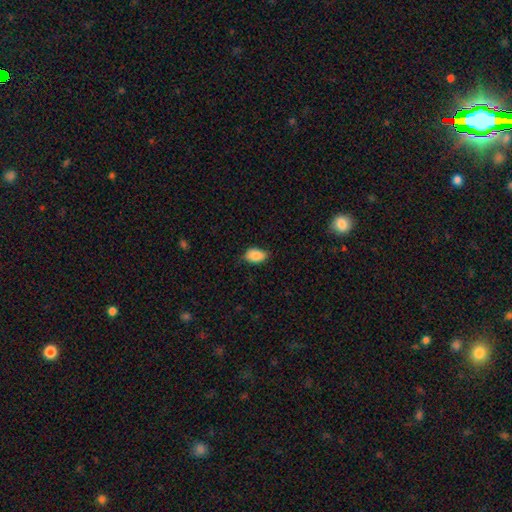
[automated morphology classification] type=smooth (86%); roundness=in between (88%); merging=none (76%).